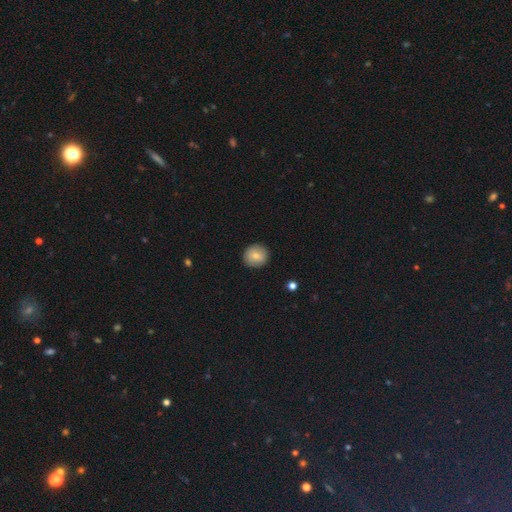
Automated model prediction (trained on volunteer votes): A smooth galaxy with no disk features (78%) that is round (89%).

Vote fractions:
- Smooth or featured? smooth: 78% / featured or disk: 13% / star or artifact: 8%
- How rounded? round: 89% / in between: 10% / cigar-shaped: 1%
- Merging? none: 90% / minor disturbance: 7% / major disturbance: 2% / merger: 1%